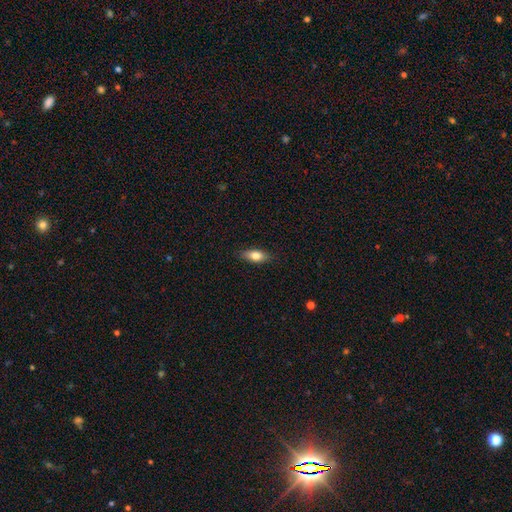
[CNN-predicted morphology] Smooth or featured: smooth — 78% (featured or disk — 16%)
How rounded: in between — 78% (cigar-shaped — 19%)
Merging: none — 87% (minor disturbance — 10%)